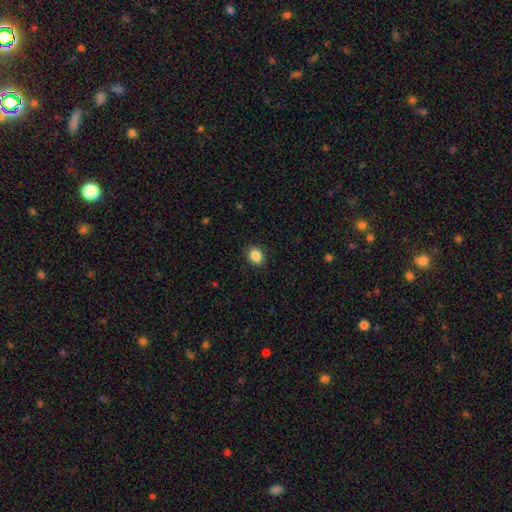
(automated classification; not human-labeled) This appears to be a smooth galaxy with no disk features (87%) that is in between round and cigar-shaped (57%). Merging: none (89%).